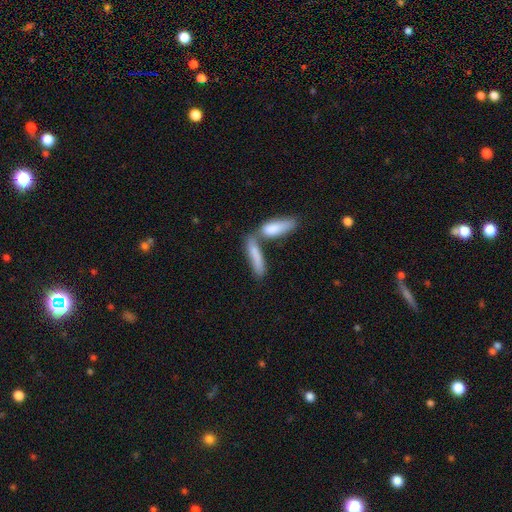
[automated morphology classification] A smooth galaxy with no disk features (76%) that is cigar-shaped (72%). Merging: merger (48%).